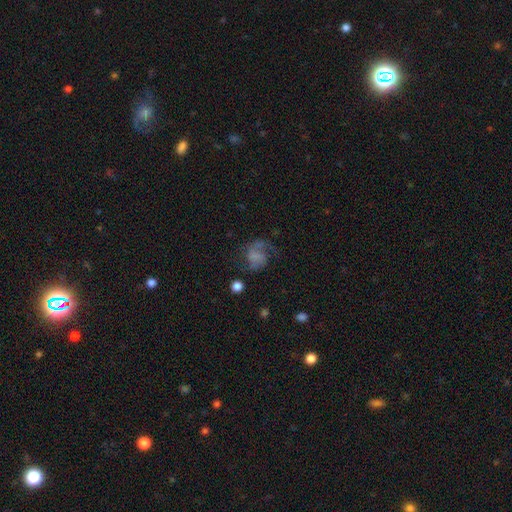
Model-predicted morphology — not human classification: Smooth or featured: featured or disk — 53% (smooth — 35%)
Edge-on disk: no — 98% (yes — 2%)
Bar: no — 63% (weak — 29%)
Spiral arms: yes — 84% (no — 16%)
Bulge size: none — 64% (small — 15%)
Merging: none — 48% (major disturbance — 27%)